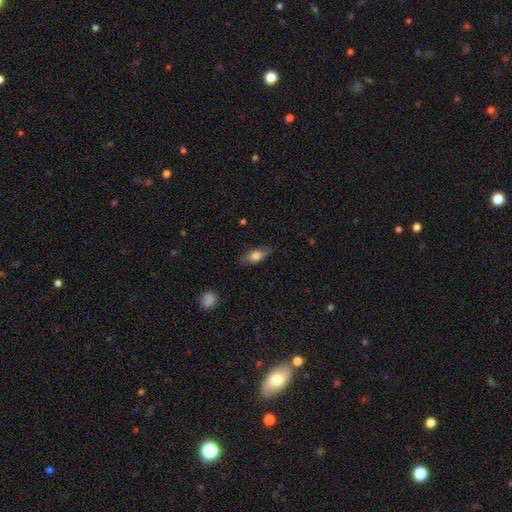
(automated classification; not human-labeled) A smooth galaxy with no disk features (71%) that is in between round and cigar-shaped (78%). Merging: none (79%).